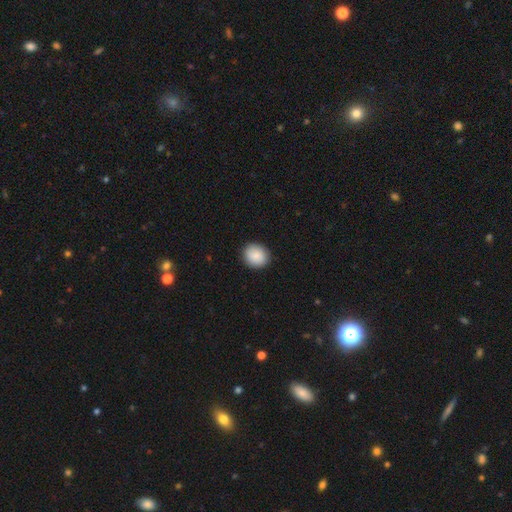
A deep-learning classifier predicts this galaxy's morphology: Q: Smooth or featured?
A: smooth (88%); runner-up: star or artifact (7%)
Q: How rounded?
A: round (77%); runner-up: in between (22%)
Q: Merging?
A: none (91%); runner-up: minor disturbance (7%)